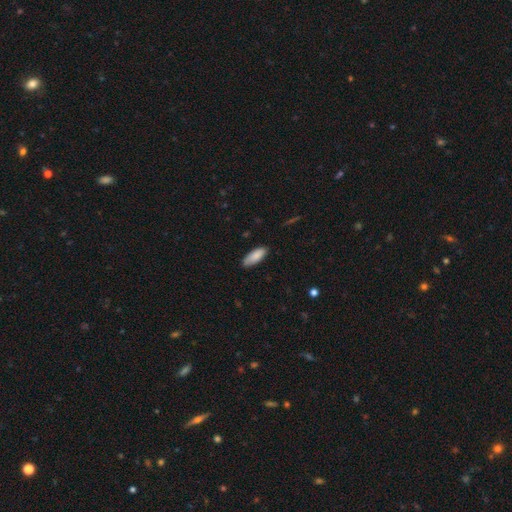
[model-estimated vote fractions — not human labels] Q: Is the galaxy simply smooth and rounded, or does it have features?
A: smooth — 86%.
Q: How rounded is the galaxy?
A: in between — 73%.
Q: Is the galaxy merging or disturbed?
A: none — 81%.